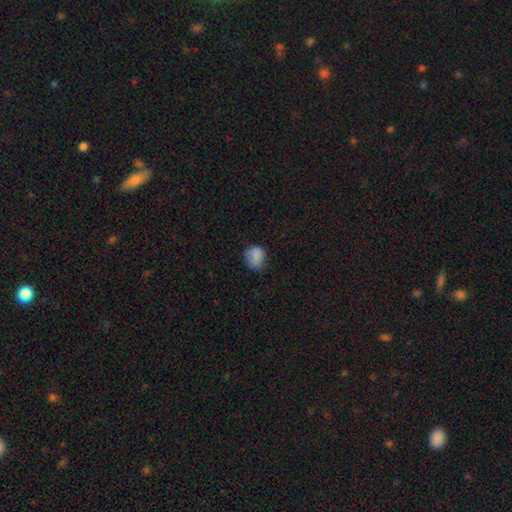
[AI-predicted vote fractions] Q: Smooth or featured?
A: smooth (83%); runner-up: star or artifact (10%)
Q: How rounded?
A: round (65%); runner-up: in between (34%)
Q: Merging?
A: none (68%); runner-up: minor disturbance (24%)